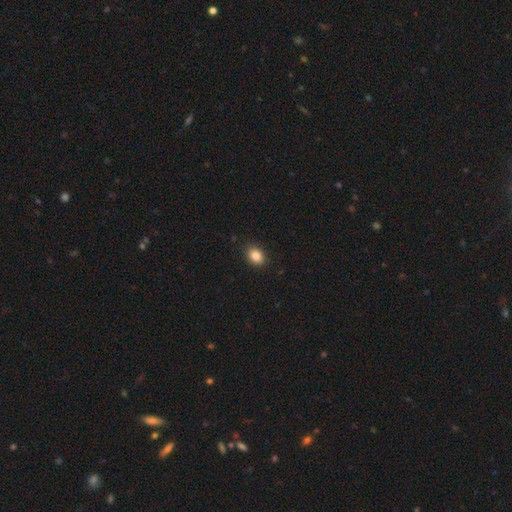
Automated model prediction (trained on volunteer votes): Q: Smooth or featured?
A: smooth (87%); runner-up: star or artifact (9%)
Q: How rounded?
A: in between (73%); runner-up: round (26%)
Q: Merging?
A: none (89%); runner-up: minor disturbance (8%)